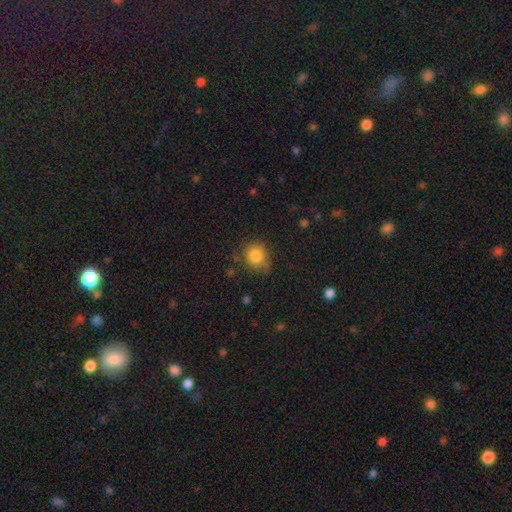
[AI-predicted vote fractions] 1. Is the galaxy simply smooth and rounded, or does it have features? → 84% smooth, 10% star or artifact, 7% featured or disk.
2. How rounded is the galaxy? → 83% round, 16% in between, 1% cigar-shaped.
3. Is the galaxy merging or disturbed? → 65% none, 25% minor disturbance, 7% major disturbance, 3% merger.